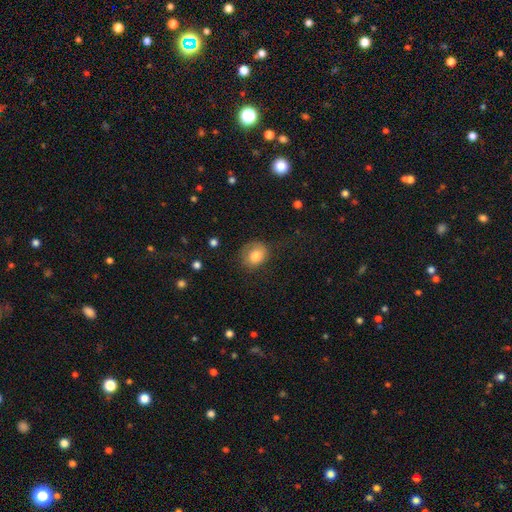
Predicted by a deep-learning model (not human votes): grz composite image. It shows a smooth galaxy with no disk features (79%) that is round (61%). Merging: none (64%).